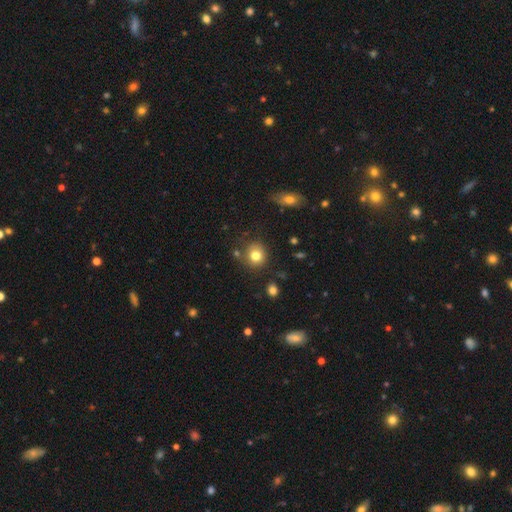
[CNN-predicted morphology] smooth-or-featured: smooth: 79% | star or artifact: 11% | featured or disk: 10%
  how-rounded: round: 87% | in between: 12% | cigar-shaped: 1%
  merging: none: 78% | minor disturbance: 13% | merger: 5% | major disturbance: 4%